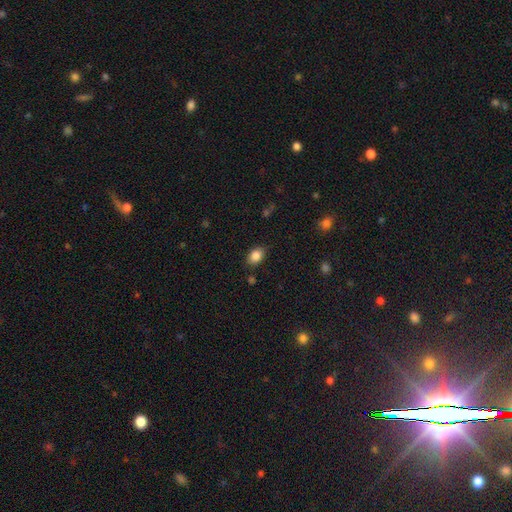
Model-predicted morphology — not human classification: smooth 85%, star or artifact 9%, featured or disk 6%. Down the decision tree: how rounded — in between (76%); merging — none (81%).